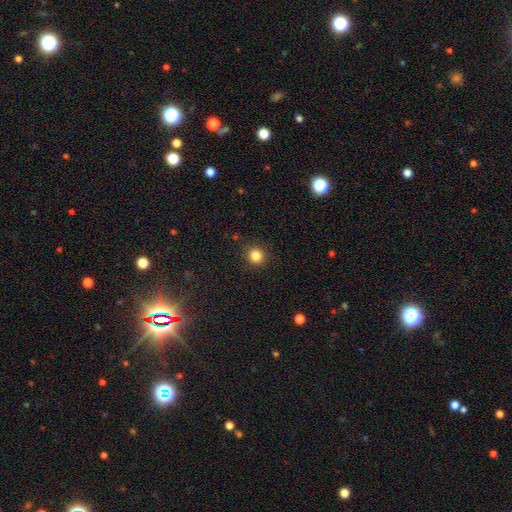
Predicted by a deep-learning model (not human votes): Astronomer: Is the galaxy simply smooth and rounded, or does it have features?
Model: smooth — 84%.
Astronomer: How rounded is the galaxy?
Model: round — 91%.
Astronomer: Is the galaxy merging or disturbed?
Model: none — 91%.